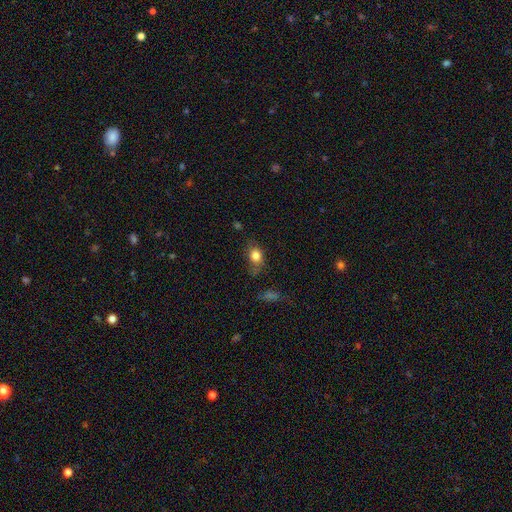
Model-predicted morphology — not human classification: The model was most divided on "how rounded": in between: 59%, round: 39%, cigar-shaped: 2%. More confident: smooth or featured — smooth (81%); merging — none (55%).